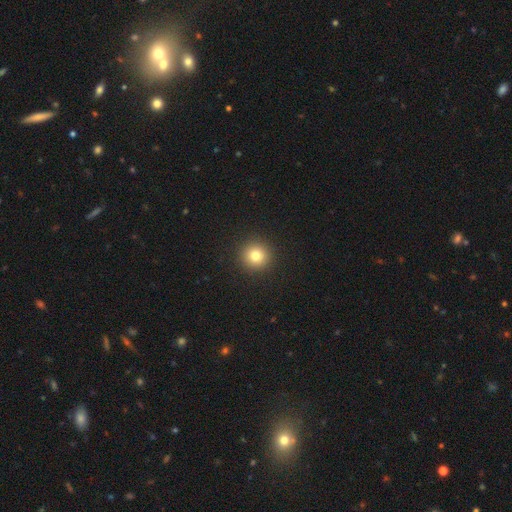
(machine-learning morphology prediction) A smooth galaxy with no disk features (79%) that is round (95%). Merging: none (92%).